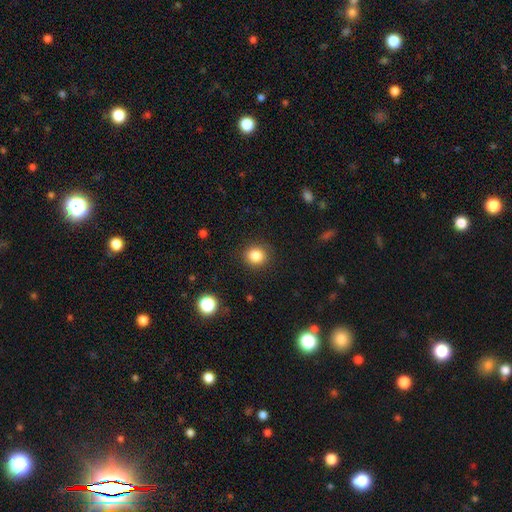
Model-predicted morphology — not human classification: Smooth or featured: smooth — 84% (star or artifact — 11%)
How rounded: round — 85% (in between — 14%)
Merging: none — 89% (minor disturbance — 7%)